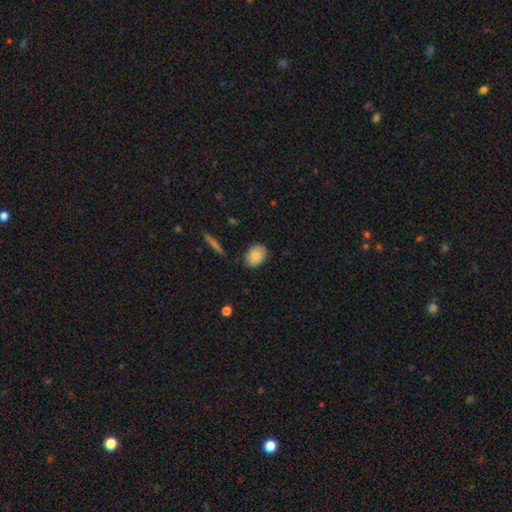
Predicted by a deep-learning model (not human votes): Smooth or featured? smooth (85%)
How rounded? in between (68%)
Merging? none (84%)